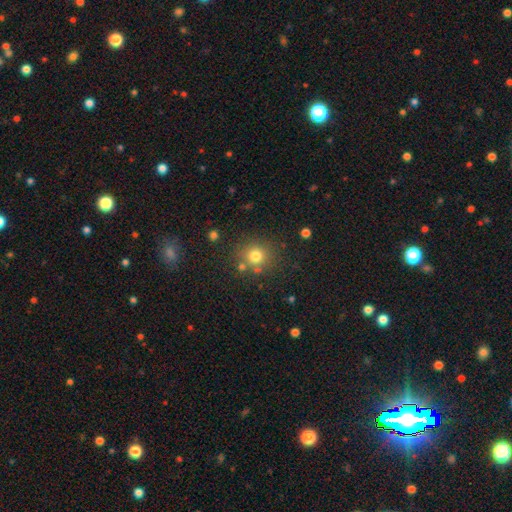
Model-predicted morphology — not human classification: Overall: smooth (77%). How rounded: round (90%). Merging: none (79%).